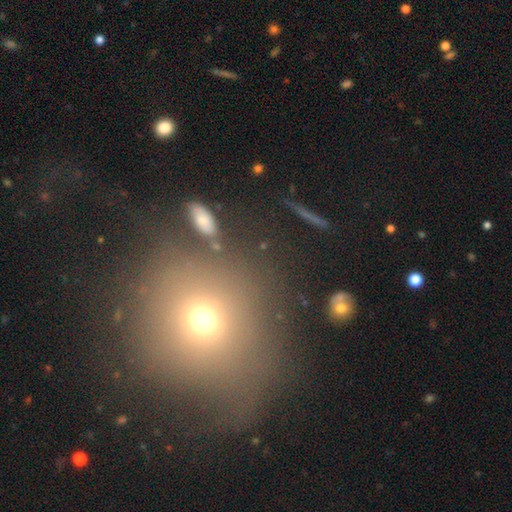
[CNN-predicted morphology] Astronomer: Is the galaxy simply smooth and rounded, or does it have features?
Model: smooth — 54% (runner-up: star or artifact, 32%).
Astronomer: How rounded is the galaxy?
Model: round — 90%.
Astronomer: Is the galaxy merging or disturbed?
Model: none — 65%.